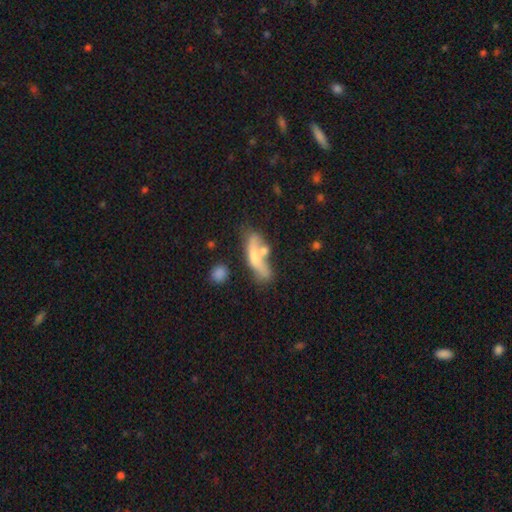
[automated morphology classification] Smooth or featured?
  - smooth: 53% *
  - featured or disk: 40%
  - star or artifact: 8%
How rounded?
  - cigar-shaped: 53% *
  - in between: 43%
  - round: 5%
Merging?
  - merger: 36% *
  - none: 34%
  - minor disturbance: 17%
  - major disturbance: 13%